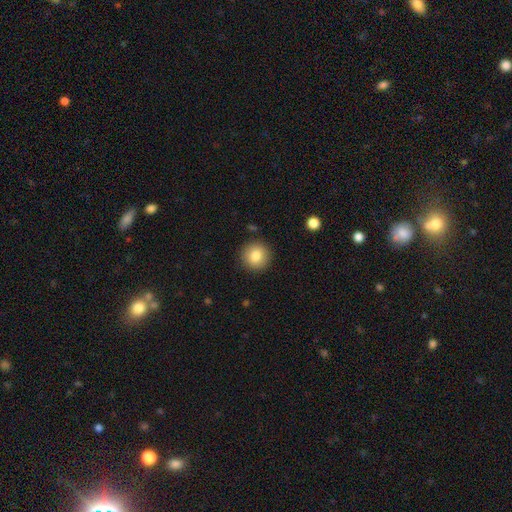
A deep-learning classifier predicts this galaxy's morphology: Smooth or featured?
  - smooth: 83% *
  - star or artifact: 9%
  - featured or disk: 8%
How rounded?
  - round: 94% *
  - in between: 5%
  - cigar-shaped: 1%
Merging?
  - none: 91% *
  - minor disturbance: 6%
  - major disturbance: 2%
  - merger: 1%